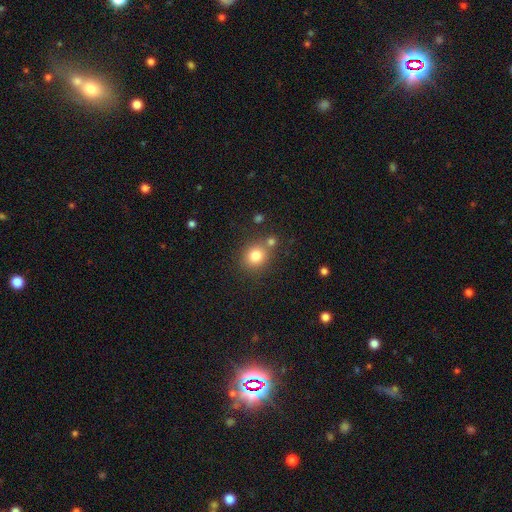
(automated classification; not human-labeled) This appears to be a smooth galaxy with no disk features (80%) that is round (80%). Merging: none (70%).